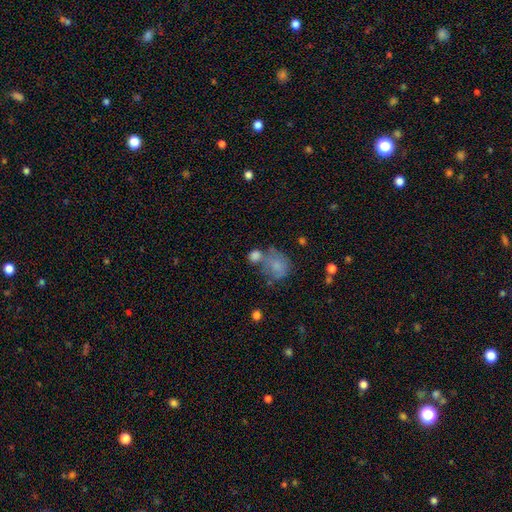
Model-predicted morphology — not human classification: smooth_or_featured: smooth (p=0.77) [alt: featured or disk p=0.13]
how_rounded: round (p=0.61) [alt: in between p=0.38]
merging: merger (p=0.38) [alt: none p=0.37]